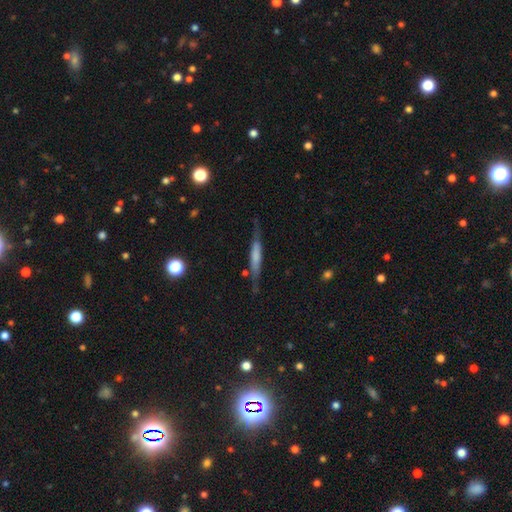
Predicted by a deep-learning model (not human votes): This is possibly a smooth galaxy (46%, tied with featured or disk). Merging: likely none (68%).